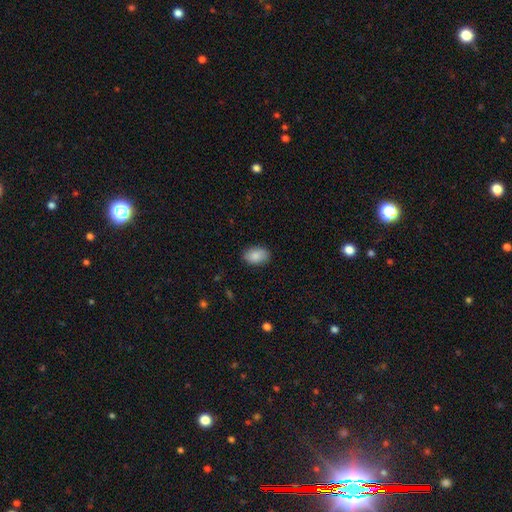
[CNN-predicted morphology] A smooth galaxy with no disk features (86%) that is in between round and cigar-shaped (89%). Merging: none (86%).